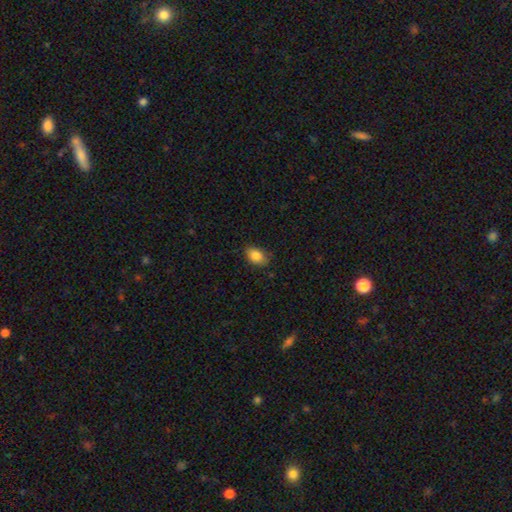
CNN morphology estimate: A smooth galaxy with no disk features (85%) that is in between round and cigar-shaped (81%).

Vote fractions:
- Smooth or featured? smooth: 85% / star or artifact: 8% / featured or disk: 7%
- How rounded? in between: 81% / round: 17% / cigar-shaped: 1%
- Merging? none: 78% / minor disturbance: 18% / major disturbance: 3% / merger: 1%